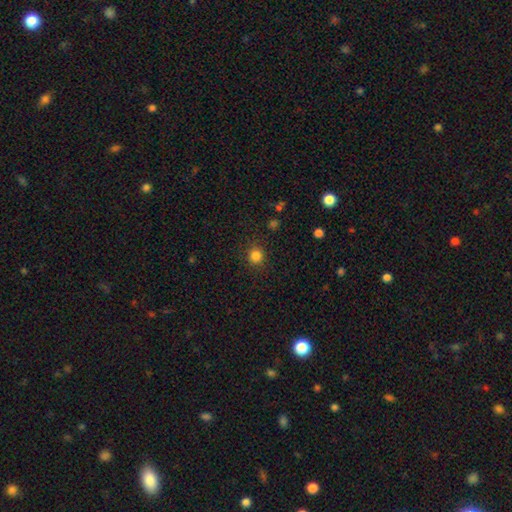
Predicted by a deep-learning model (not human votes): smooth_or_featured: smooth (p=0.84) [alt: star or artifact p=0.12]
how_rounded: round (p=0.91) [alt: in between p=0.08]
merging: none (p=0.89) [alt: minor disturbance p=0.07]